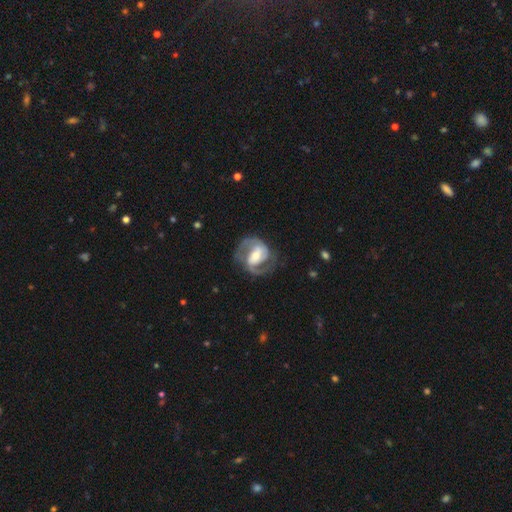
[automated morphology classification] type=featured or disk (88%); edge-on=no (98%); bar=weak (41%); spiral arms=yes (96%); winding=medium (55%); arm count=2 (90%); bulge=moderate (56%); merging=none (72%).